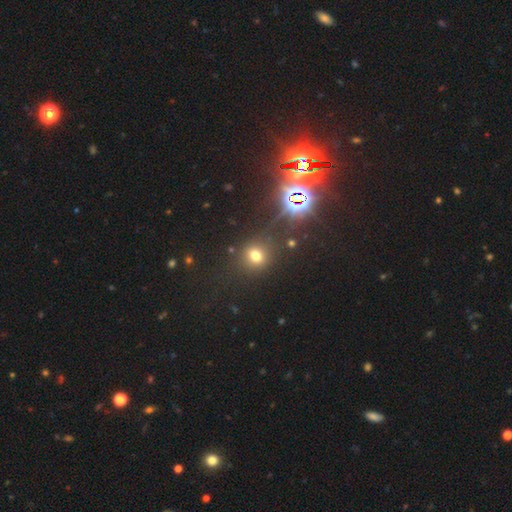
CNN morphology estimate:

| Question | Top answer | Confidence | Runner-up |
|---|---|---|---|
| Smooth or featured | smooth | 64% | star or artifact (28%) |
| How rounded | round | 78% | in between (20%) |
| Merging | none | 81% | minor disturbance (9%) |